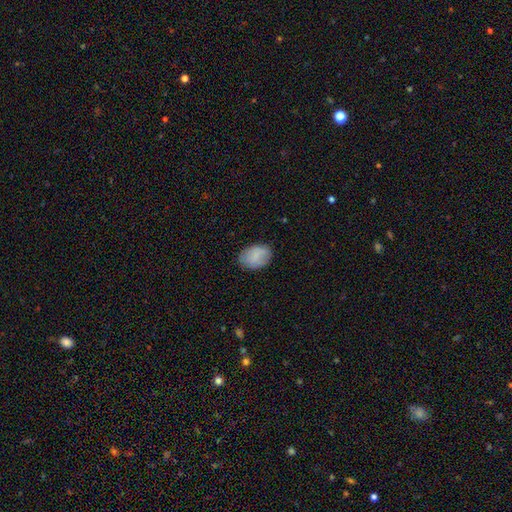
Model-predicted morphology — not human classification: A smooth galaxy with no disk features (80%) that is in between round and cigar-shaped (79%). Merging: none (80%).